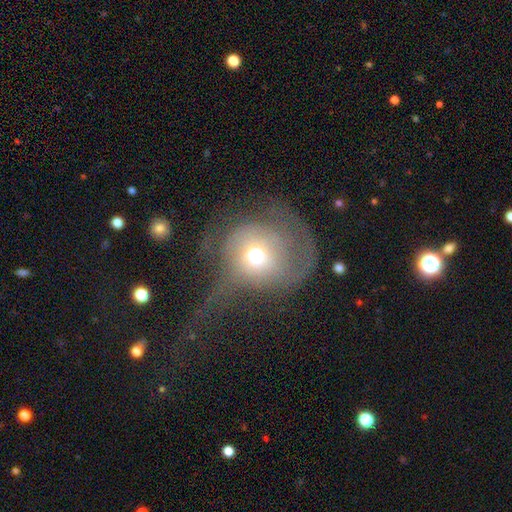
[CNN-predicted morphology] Smooth or featured?
  - smooth: 45% *
  - featured or disk: 40%
  - star or artifact: 15%
Merging?
  - major disturbance: 45% *
  - none: 36%
  - minor disturbance: 16%
  - merger: 3%